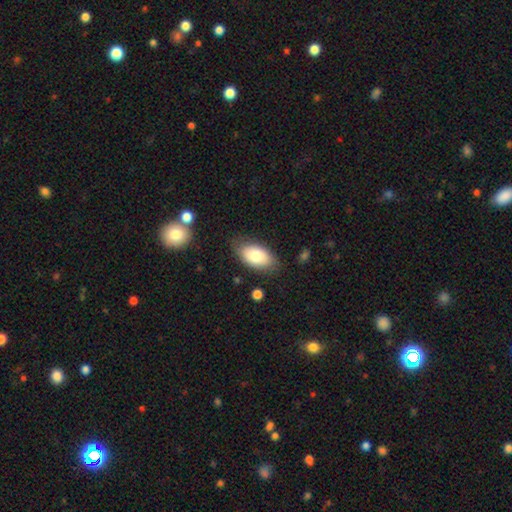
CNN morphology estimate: A smooth galaxy with no disk features (80%) that is in between round and cigar-shaped (93%).

Vote fractions:
- Smooth or featured? smooth: 80% / featured or disk: 14% / star or artifact: 7%
- How rounded? in between: 93% / round: 4% / cigar-shaped: 2%
- Merging? none: 76% / minor disturbance: 18% / major disturbance: 4% / merger: 2%